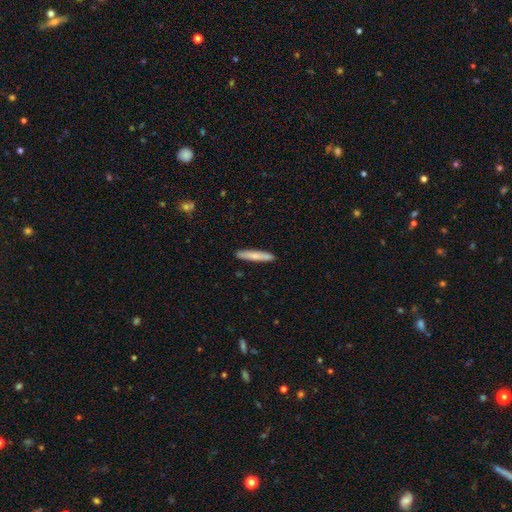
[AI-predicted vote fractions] Smooth or featured: smooth — 74% (featured or disk — 20%)
How rounded: cigar-shaped — 93% (in between — 5%)
Merging: none — 90% (minor disturbance — 7%)